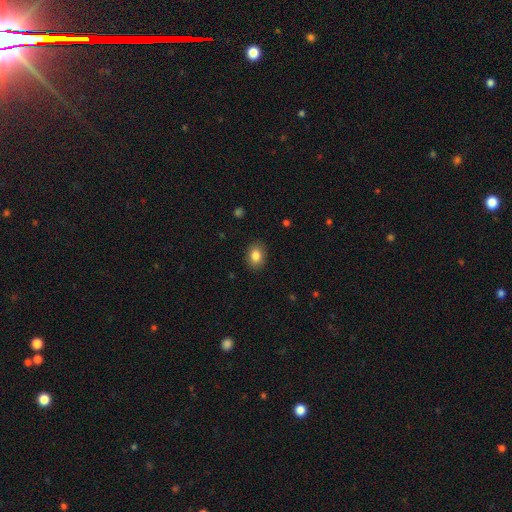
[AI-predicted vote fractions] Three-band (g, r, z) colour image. It shows a smooth galaxy with no disk features (85%) that is in between round and cigar-shaped (68%). Merging: none (87%).